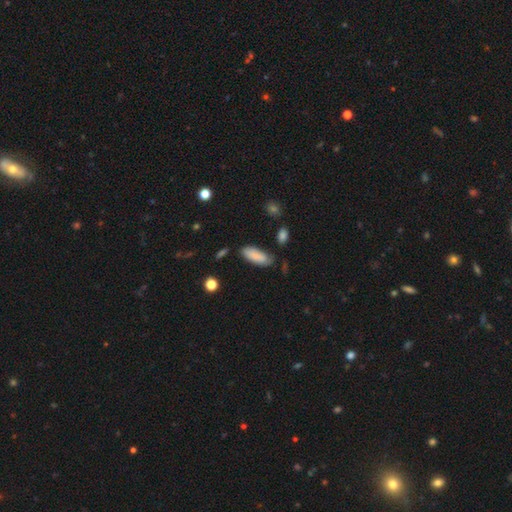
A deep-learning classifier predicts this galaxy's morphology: Smooth or featured? Predicted: smooth (p=0.84). How rounded? Predicted: in between (p=0.77). Merging? Predicted: none (p=0.65).